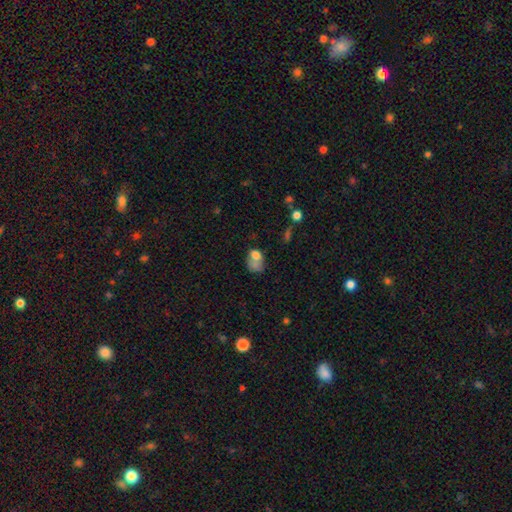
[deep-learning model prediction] Smooth or featured? Predicted: smooth (p=0.68). How rounded? Predicted: in between (p=0.63). Merging? Predicted: merger (p=0.35).